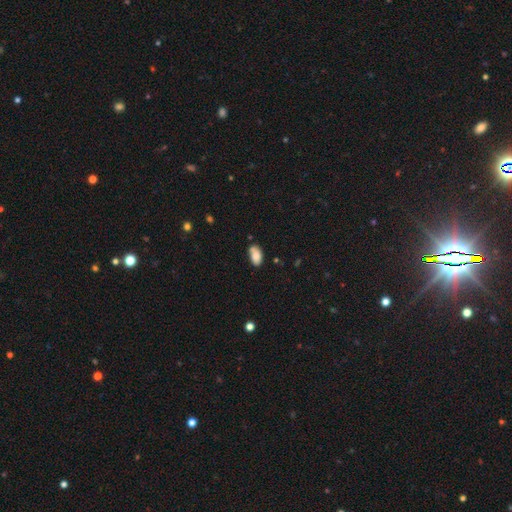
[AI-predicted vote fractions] smooth_or_featured: smooth (p=0.80) [alt: featured or disk p=0.12]
how_rounded: in between (p=0.93) [alt: round p=0.04]
merging: none (p=0.61) [alt: minor disturbance p=0.26]